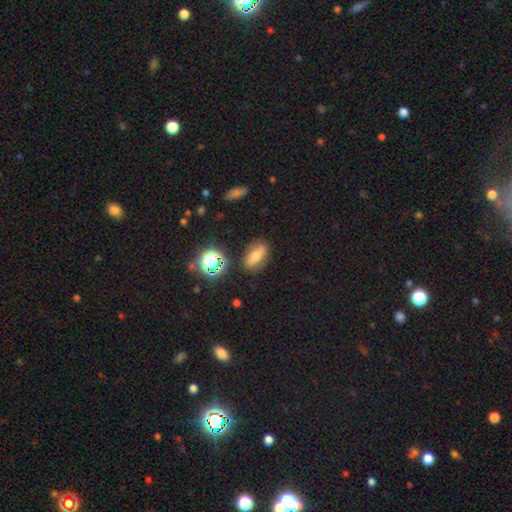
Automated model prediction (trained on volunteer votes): Overall: smooth (54%; star or artifact 24%). How rounded: in between (71%). Merging: none (84%).